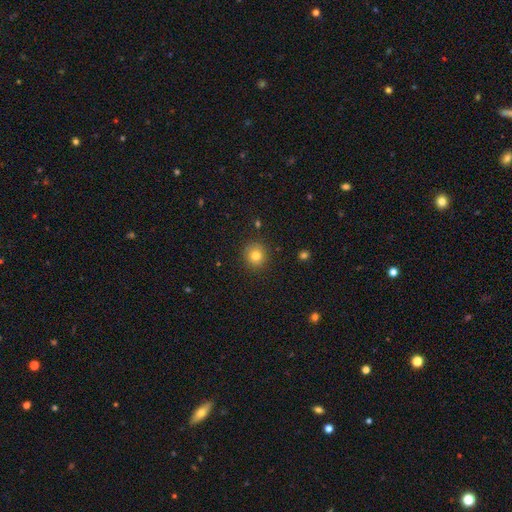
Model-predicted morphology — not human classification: Smooth or featured? Predicted: smooth (p=0.80). How rounded? Predicted: round (p=0.91). Merging? Predicted: none (p=0.88).